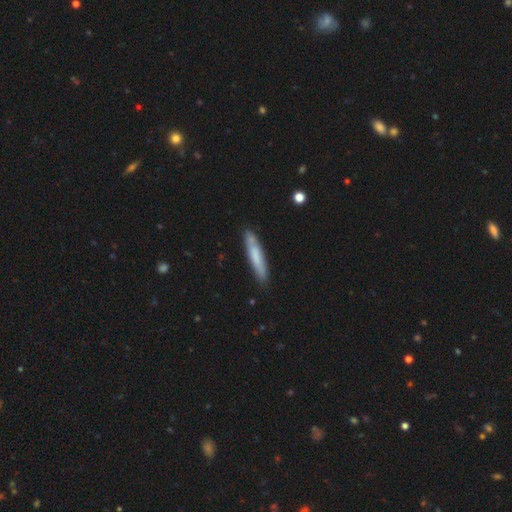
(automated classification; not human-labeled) The model was most divided on "smooth or featured": smooth: 67%, featured or disk: 27%, star or artifact: 6%. More confident: how rounded — cigar-shaped (90%); merging — none (82%).